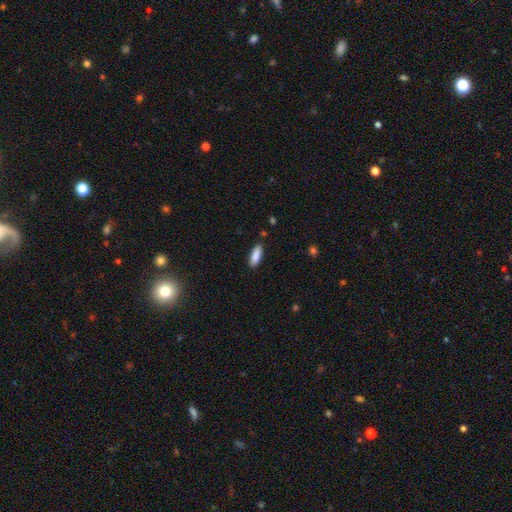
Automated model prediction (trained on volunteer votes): Overall: smooth (88%). How rounded: in between (59%; cigar-shaped 39%). Merging: none (86%).